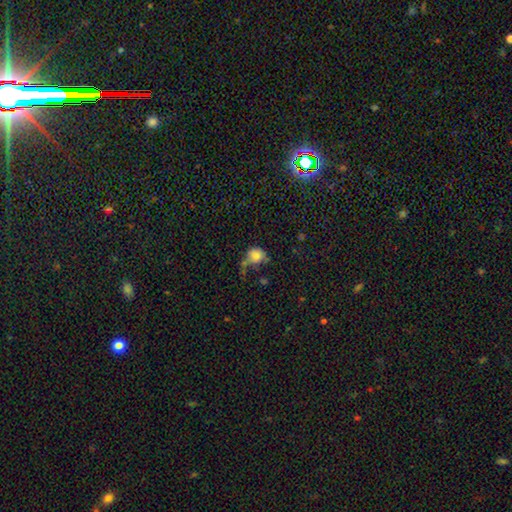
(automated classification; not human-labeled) Smooth or featured? Predicted: smooth (p=0.79). How rounded? Predicted: round (p=0.63). Merging? Predicted: none (p=0.32).